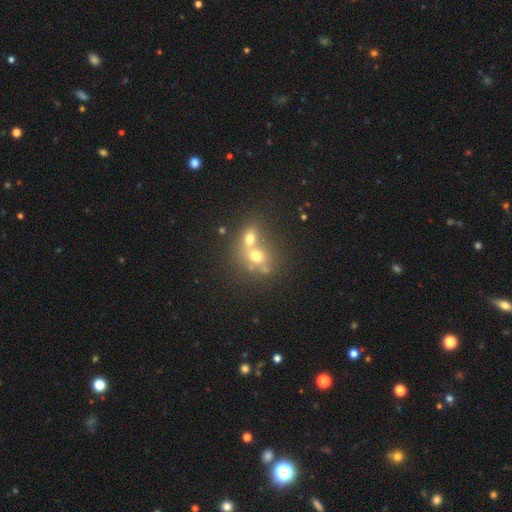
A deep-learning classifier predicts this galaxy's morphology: smooth 54%, featured or disk 26%, star or artifact 20%. Down the decision tree: how rounded — round (67%); merging — merger (67%).